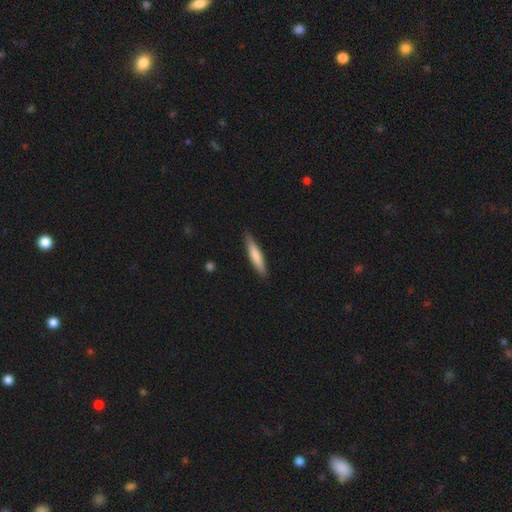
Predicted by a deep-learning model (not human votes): Smooth or featured? Predicted: smooth (p=0.76). How rounded? Predicted: cigar-shaped (p=0.87). Merging? Predicted: none (p=0.86).